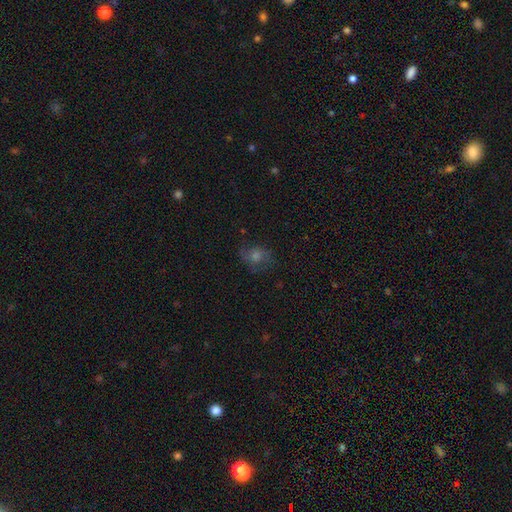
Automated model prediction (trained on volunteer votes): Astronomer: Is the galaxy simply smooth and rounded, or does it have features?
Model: featured or disk — 42% (runner-up: smooth, 37%).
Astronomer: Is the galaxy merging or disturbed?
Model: none — 72%.